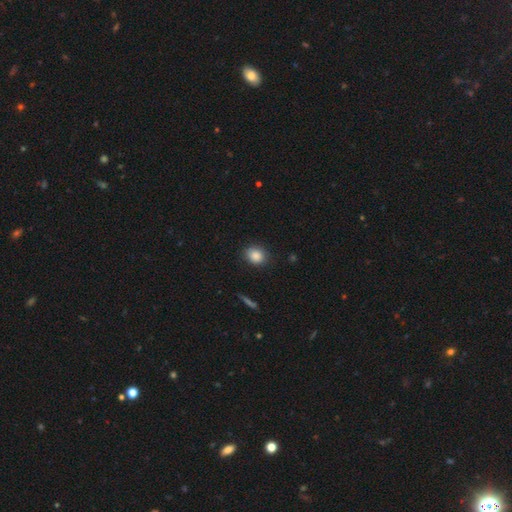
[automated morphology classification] Smooth or featured: smooth — 86% (star or artifact — 9%)
How rounded: round — 60% (in between — 38%)
Merging: none — 84% (minor disturbance — 12%)